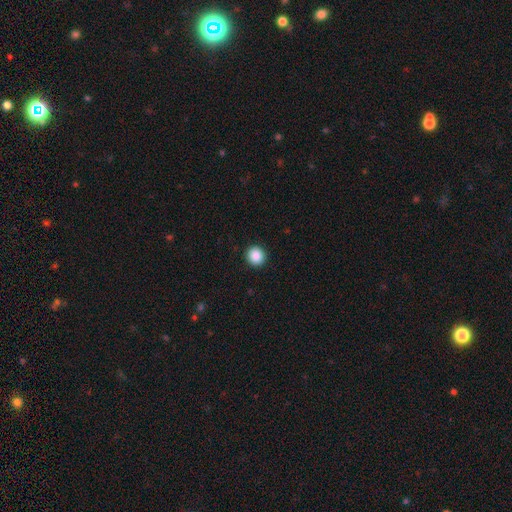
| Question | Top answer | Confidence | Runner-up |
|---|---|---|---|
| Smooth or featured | smooth | 95% | star or artifact (5%) |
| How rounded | round | 97% | in between (3%) |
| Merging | none | 92% | minor disturbance (6%) |